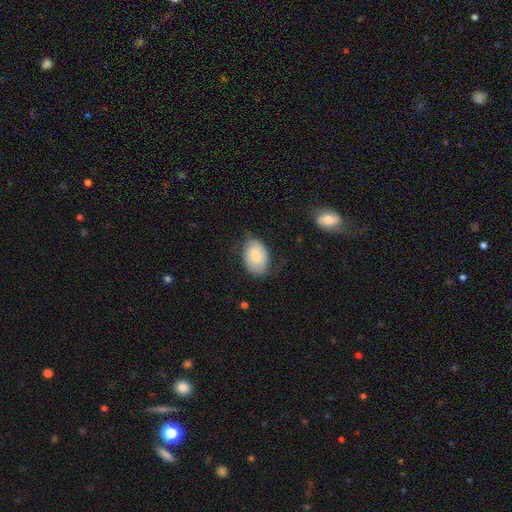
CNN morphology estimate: The model was most divided on "merging": none: 66%, minor disturbance: 25%, major disturbance: 8%, merger: 1%. More confident: how rounded — in between (85%); smooth or featured — smooth (69%).